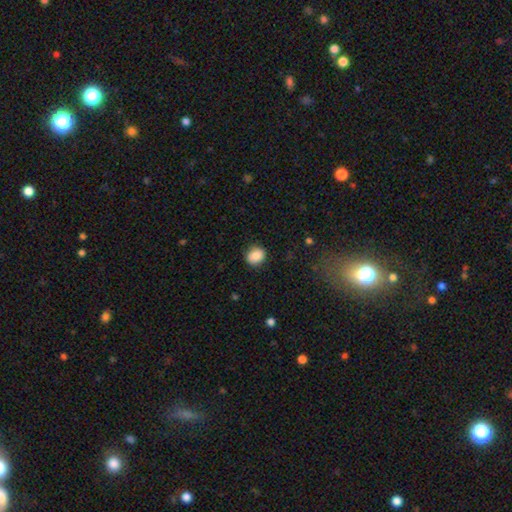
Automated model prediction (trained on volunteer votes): This appears to be a smooth galaxy with no disk features (86%) that is round (73%). Merging: none (86%).